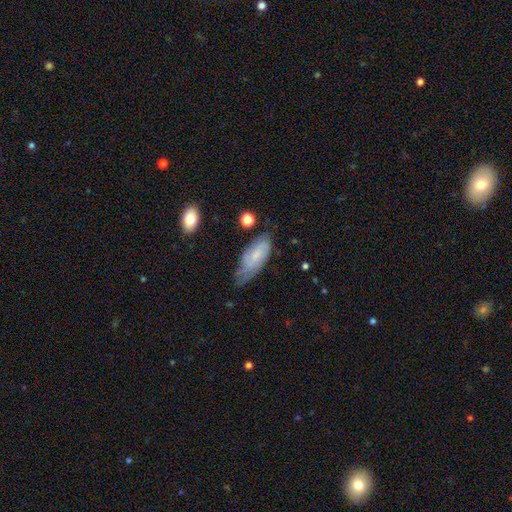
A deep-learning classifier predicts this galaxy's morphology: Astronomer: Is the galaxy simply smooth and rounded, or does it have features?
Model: smooth — 54% (runner-up: featured or disk, 38%).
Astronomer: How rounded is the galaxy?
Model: in between — 81%.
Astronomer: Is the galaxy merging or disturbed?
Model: none — 45% (runner-up: minor disturbance, 38%).